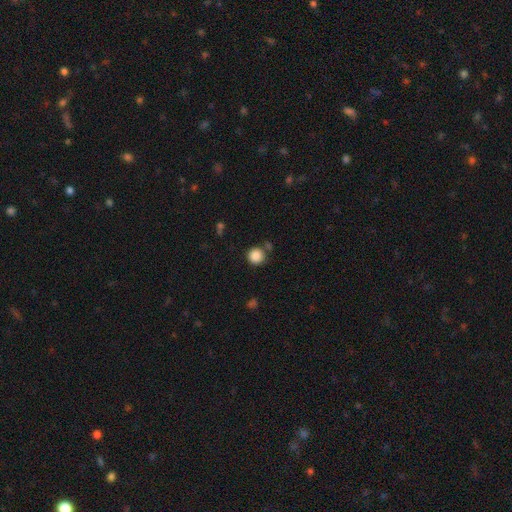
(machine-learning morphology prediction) Smooth or featured? Predicted: smooth (p=0.87). How rounded? Predicted: round (p=0.94). Merging? Predicted: none (p=0.78).